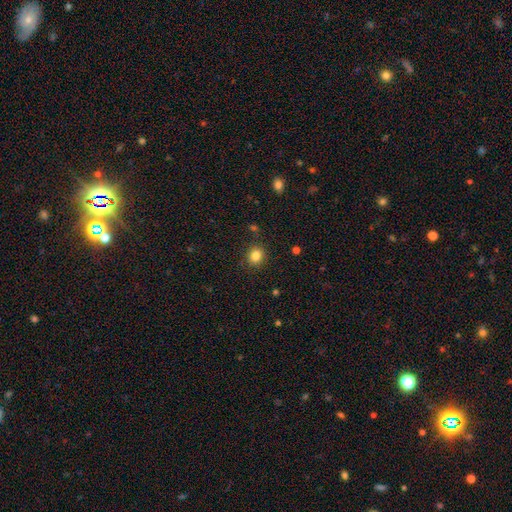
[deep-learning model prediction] Q: Smooth or featured?
A: smooth (84%); runner-up: star or artifact (11%)
Q: How rounded?
A: round (78%); runner-up: in between (21%)
Q: Merging?
A: none (88%); runner-up: minor disturbance (8%)